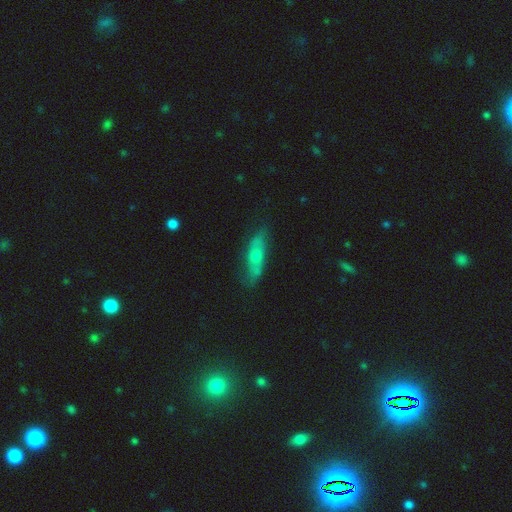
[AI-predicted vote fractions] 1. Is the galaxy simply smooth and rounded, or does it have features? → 48% featured or disk, 44% smooth, 8% star or artifact.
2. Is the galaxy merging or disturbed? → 70% none, 21% minor disturbance, 6% major disturbance, 2% merger.